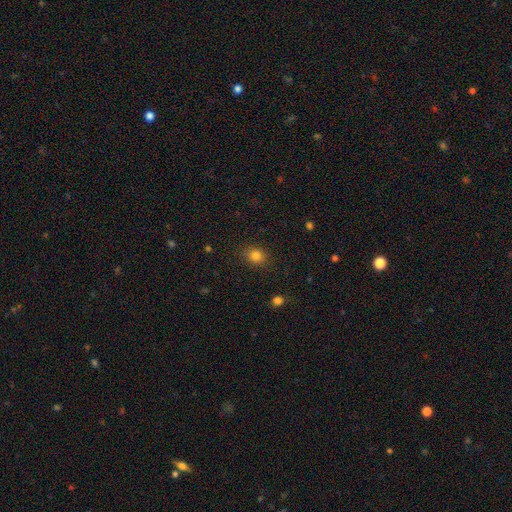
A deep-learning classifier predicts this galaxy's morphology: smooth-or-featured: smooth: 83% | star or artifact: 12% | featured or disk: 5%
  how-rounded: round: 66% | in between: 33% | cigar-shaped: 1%
  merging: none: 85% | minor disturbance: 10% | major disturbance: 3% | merger: 1%